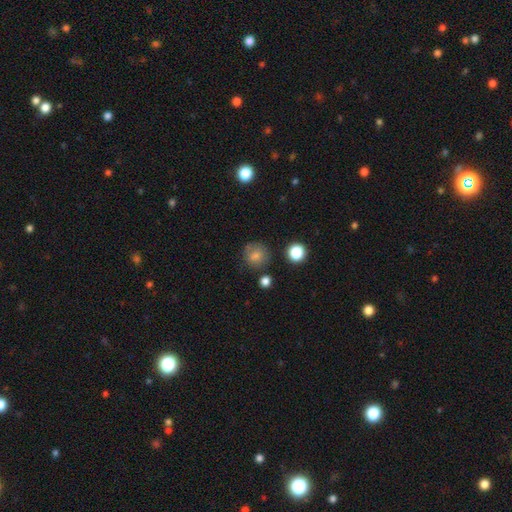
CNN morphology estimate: Smooth or featured? Predicted: smooth (p=0.77). How rounded? Predicted: round (p=0.89). Merging? Predicted: none (p=0.74).